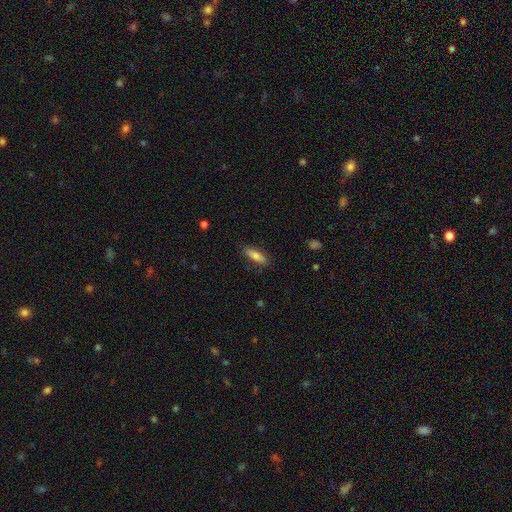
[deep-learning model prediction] This is likely a smooth galaxy (79%). How rounded: possibly cigar-shaped (50%). Merging: clearly none (84%).